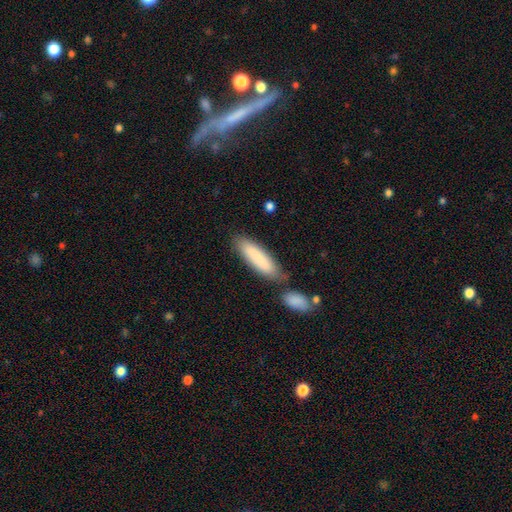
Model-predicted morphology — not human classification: The model was most divided on "how rounded": cigar-shaped: 62%, in between: 36%, round: 2%. More confident: smooth or featured — smooth (84%); merging — none (64%).